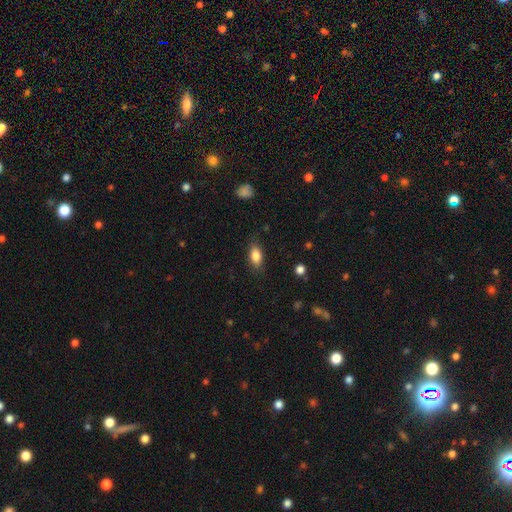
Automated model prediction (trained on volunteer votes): The model was most divided on "merging": none: 80%, minor disturbance: 15%, major disturbance: 4%, merger: 1%. More confident: how rounded — in between (87%); smooth or featured — smooth (84%).